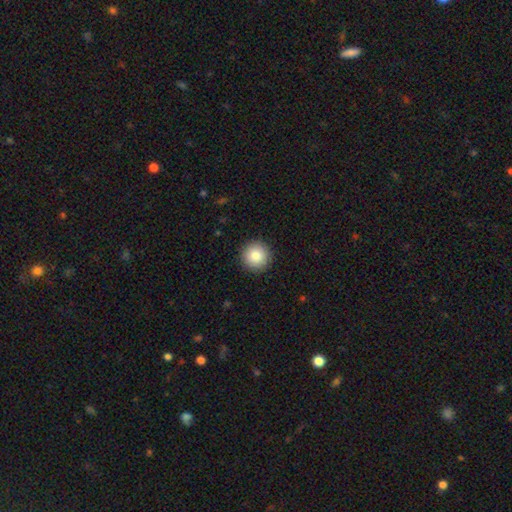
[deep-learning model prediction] smooth 84%, star or artifact 9%, featured or disk 7%. Down the decision tree: how rounded — round (96%); merging — none (92%).